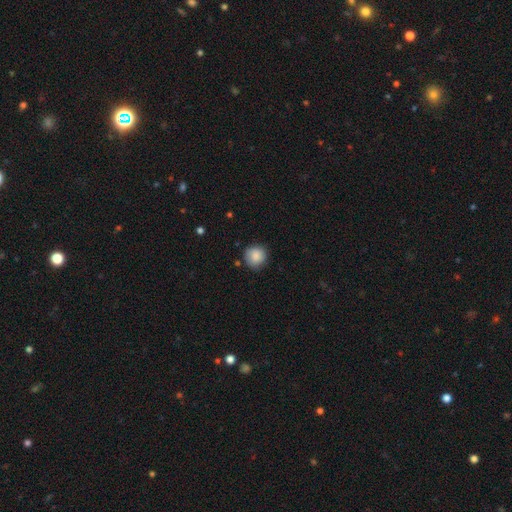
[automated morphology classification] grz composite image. It shows a smooth galaxy with no disk features (87%) that is round (91%). Merging: none (80%).